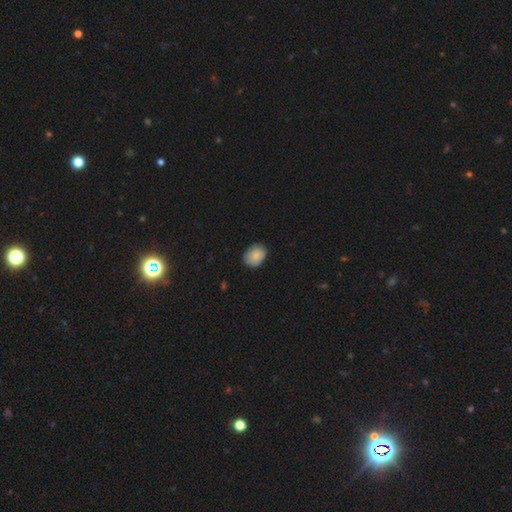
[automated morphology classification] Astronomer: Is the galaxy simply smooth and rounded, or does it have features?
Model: smooth — 88%.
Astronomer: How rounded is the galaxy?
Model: in between — 65%.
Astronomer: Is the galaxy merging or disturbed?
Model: none — 77%.